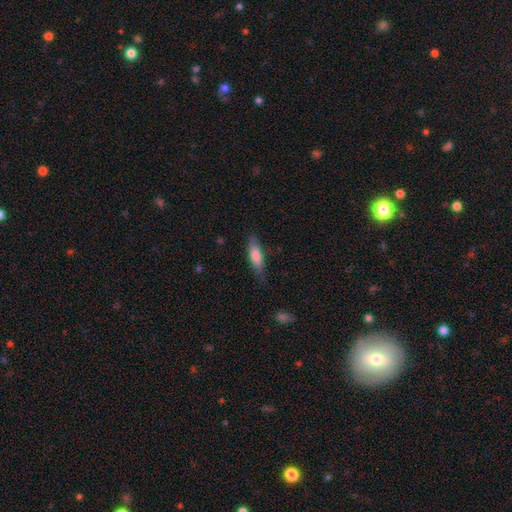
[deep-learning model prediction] This is likely a smooth galaxy (75%). How rounded: possibly cigar-shaped (54%). Merging: likely none (76%).